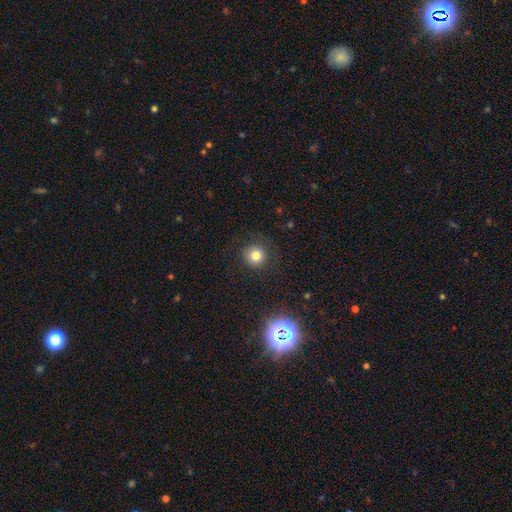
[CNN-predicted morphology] Smooth or featured? Predicted: smooth (p=0.78). How rounded? Predicted: round (p=0.94). Merging? Predicted: none (p=0.87).